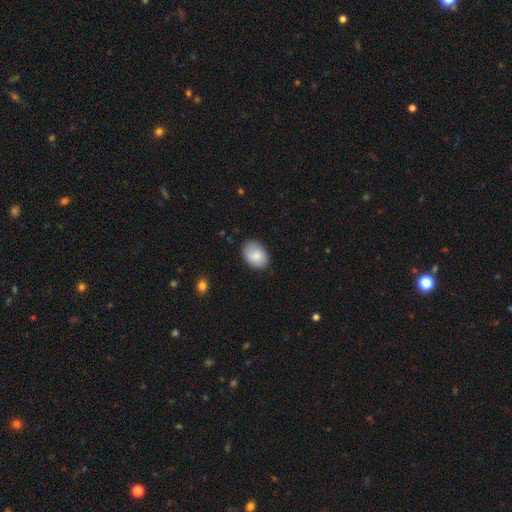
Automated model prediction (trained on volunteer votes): Overall: smooth (85%). How rounded: in between (78%). Merging: none (82%).